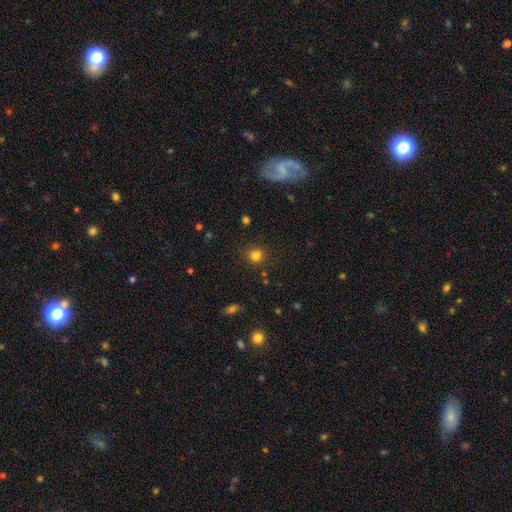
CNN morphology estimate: smooth-or-featured: smooth: 79% | star or artifact: 15% | featured or disk: 6%
  how-rounded: round: 83% | in between: 16% | cigar-shaped: 1%
  merging: none: 83% | minor disturbance: 10% | major disturbance: 3% | merger: 3%